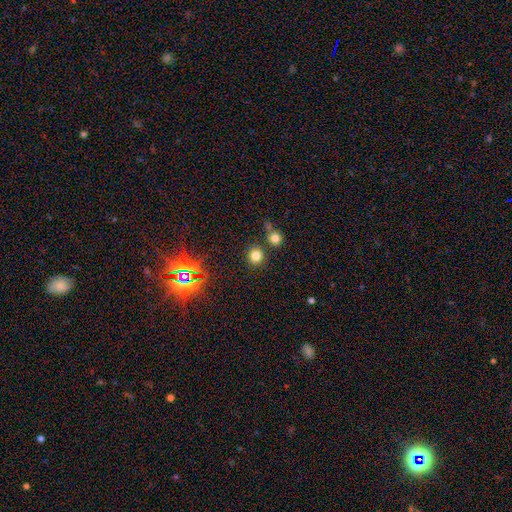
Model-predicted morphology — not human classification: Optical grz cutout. It shows a smooth galaxy with no disk features (76%) that is round (90%). Merging: none (82%).